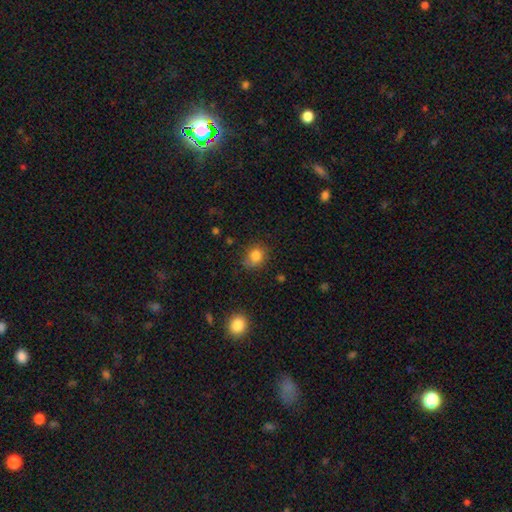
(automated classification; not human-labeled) This is clearly a smooth galaxy (81%). How rounded: likely round (66%). Merging: likely none (67%).